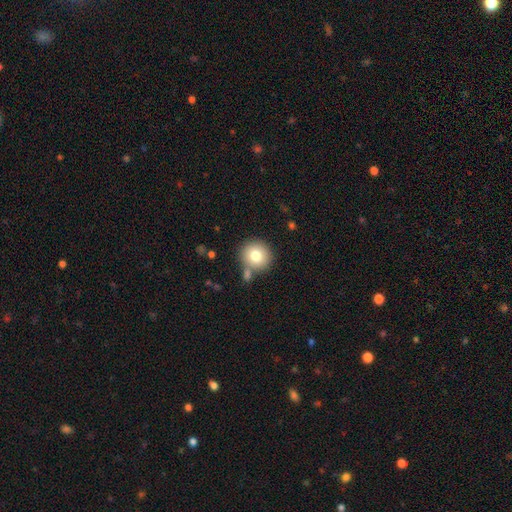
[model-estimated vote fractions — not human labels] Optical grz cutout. It shows a smooth galaxy with no disk features (77%) that is round (92%). Merging: none (74%).